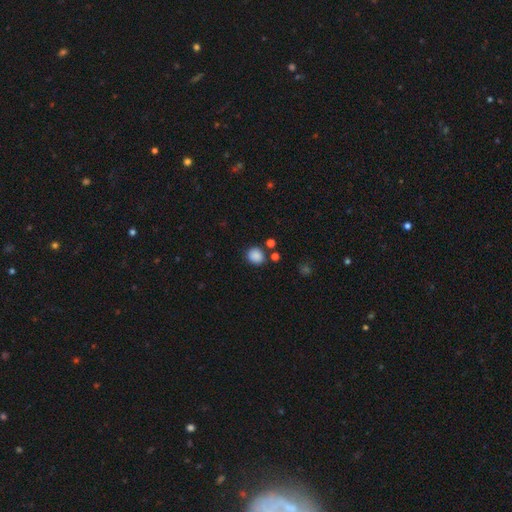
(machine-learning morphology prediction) Smooth or featured: smooth — 87% (star or artifact — 10%)
How rounded: round — 79% (in between — 20%)
Merging: none — 80% (minor disturbance — 10%)